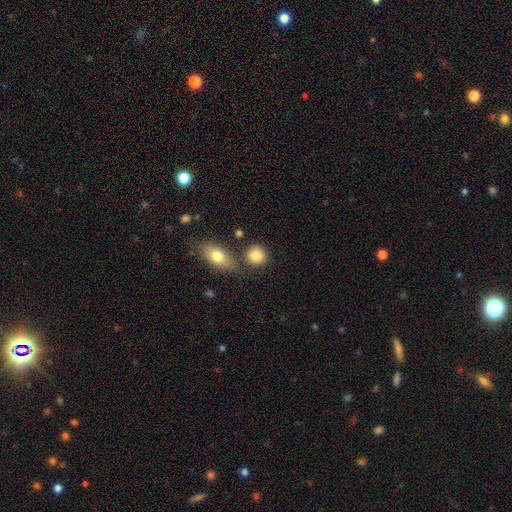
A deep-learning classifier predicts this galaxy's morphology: Q: Smooth or featured?
A: smooth (86%); runner-up: star or artifact (8%)
Q: How rounded?
A: round (76%); runner-up: in between (22%)
Q: Merging?
A: none (70%); runner-up: merger (13%)